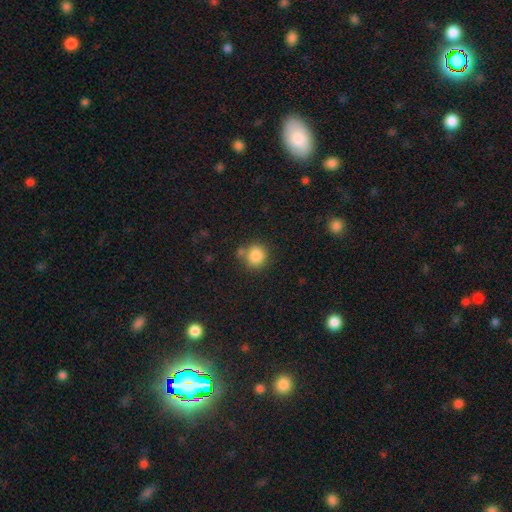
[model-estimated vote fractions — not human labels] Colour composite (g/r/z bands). It shows a smooth galaxy with no disk features (85%) that is round (88%). Merging: none (69%).